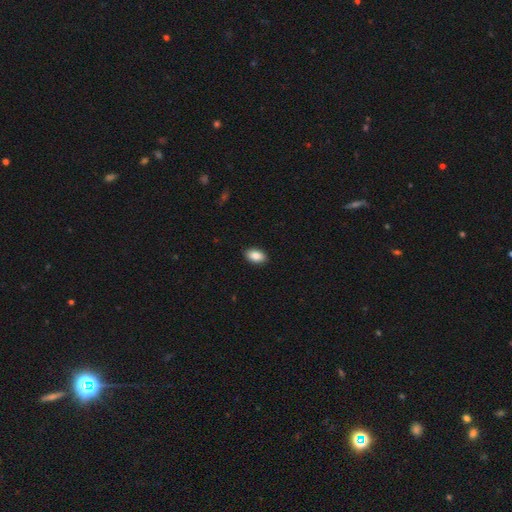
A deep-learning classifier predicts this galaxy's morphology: Smooth or featured? smooth (88%)
How rounded? in between (93%)
Merging? none (90%)